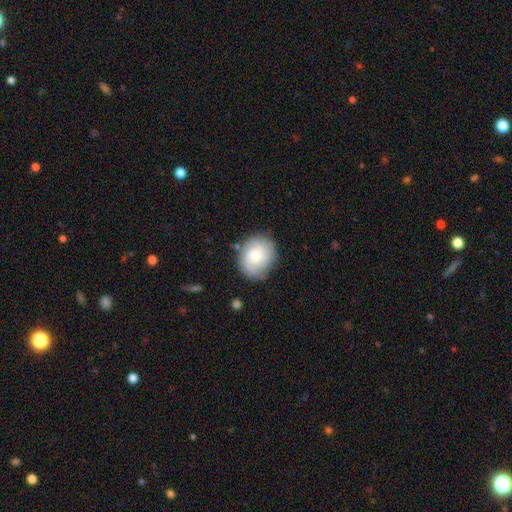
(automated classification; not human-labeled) A smooth galaxy with no disk features (66%) that is round (63%).

Vote fractions:
- Smooth or featured? smooth: 66% / featured or disk: 27% / star or artifact: 7%
- How rounded? round: 63% / in between: 37% / cigar-shaped: 1%
- Merging? none: 74% / minor disturbance: 19% / major disturbance: 5% / merger: 3%